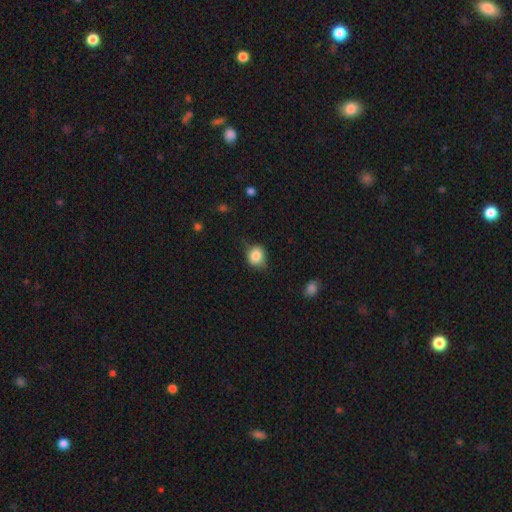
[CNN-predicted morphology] A smooth galaxy with no disk features (83%) that is round (68%). Merging: none (66%).